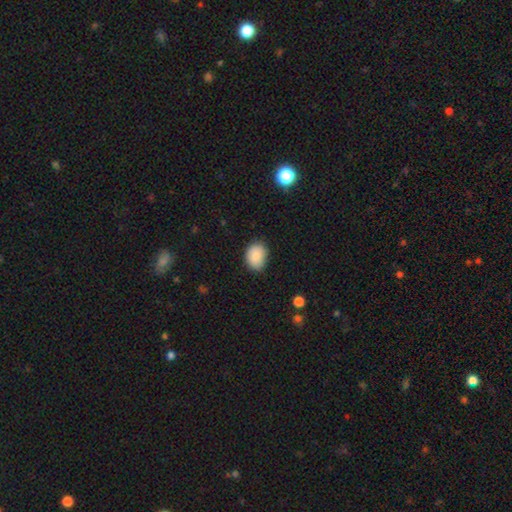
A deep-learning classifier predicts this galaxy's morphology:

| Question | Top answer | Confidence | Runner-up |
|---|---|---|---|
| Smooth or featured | smooth | 87% | star or artifact (8%) |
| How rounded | in between | 60% | round (39%) |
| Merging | none | 76% | minor disturbance (20%) |